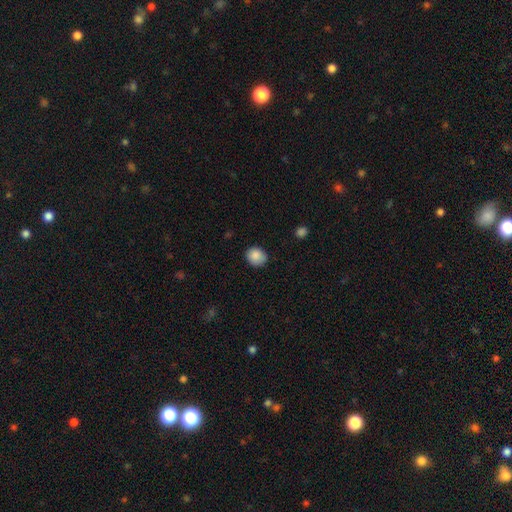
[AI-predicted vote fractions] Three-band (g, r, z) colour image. It shows a smooth galaxy with no disk features (87%) that is round (72%). Merging: none (81%).